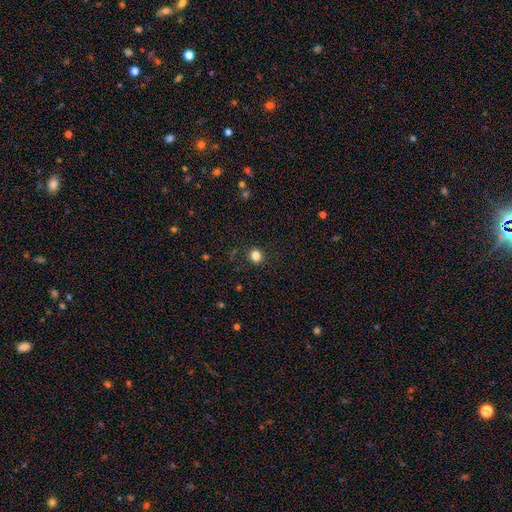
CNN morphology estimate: Smooth or featured? Predicted: smooth (p=0.83). How rounded? Predicted: round (p=0.80). Merging? Predicted: none (p=0.89).